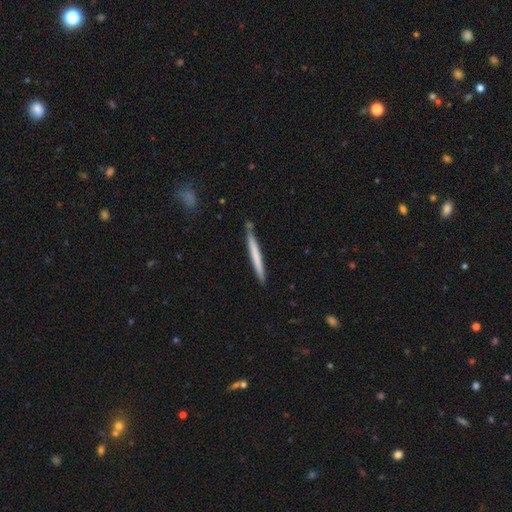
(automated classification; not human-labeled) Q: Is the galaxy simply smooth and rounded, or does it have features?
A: smooth — 61%.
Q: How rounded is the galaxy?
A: cigar-shaped — 97%.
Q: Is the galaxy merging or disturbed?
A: none — 84%.